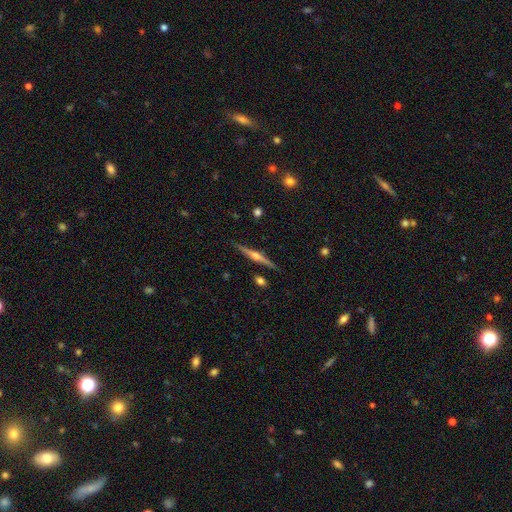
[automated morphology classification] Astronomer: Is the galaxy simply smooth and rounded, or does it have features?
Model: featured or disk — 79%.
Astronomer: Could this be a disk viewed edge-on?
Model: yes — 98%.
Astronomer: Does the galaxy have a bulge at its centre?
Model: rounded — 90%.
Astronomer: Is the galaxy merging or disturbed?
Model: none — 90%.